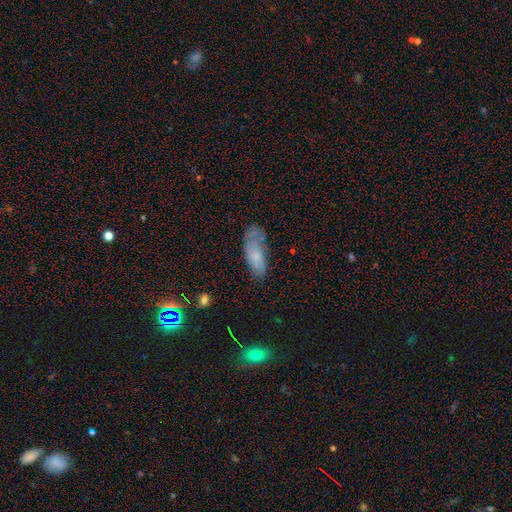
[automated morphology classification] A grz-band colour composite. It shows a smooth galaxy with no disk features (63%) that is in between round and cigar-shaped (76%). Merging: none (51%).